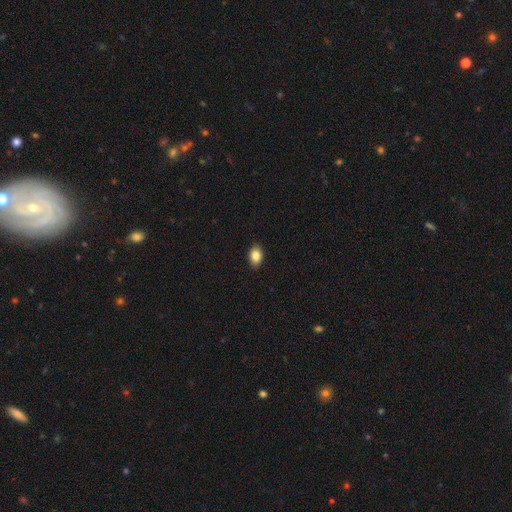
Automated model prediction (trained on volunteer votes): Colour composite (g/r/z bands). It shows a smooth galaxy with no disk features (85%) that is in between round and cigar-shaped (78%). Merging: none (89%).